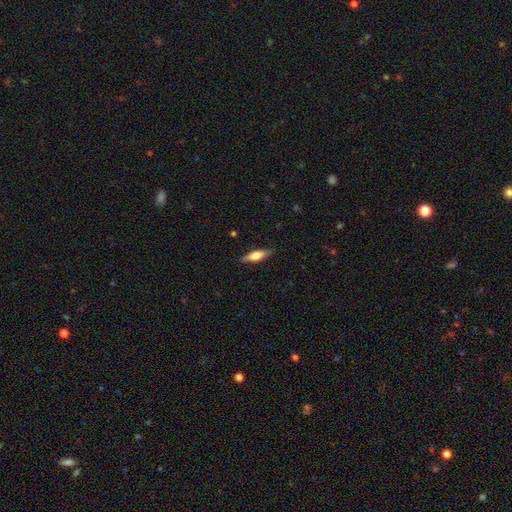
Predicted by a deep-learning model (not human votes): Smooth or featured: smooth — 51% (featured or disk — 43%)
How rounded: cigar-shaped — 65% (in between — 33%)
Merging: none — 87% (minor disturbance — 9%)